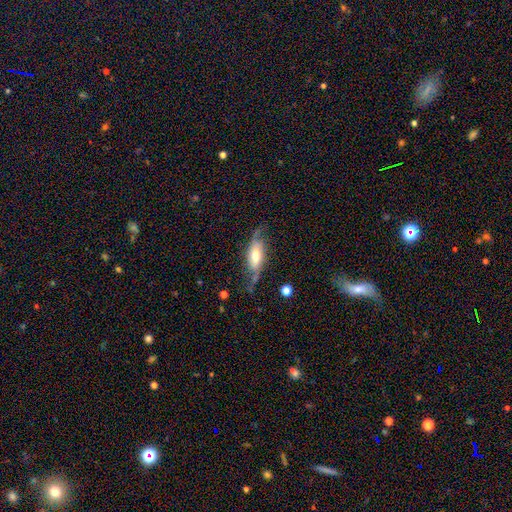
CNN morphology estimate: A featured or disk galaxy (61%).

Vote fractions:
- Smooth or featured? featured or disk: 61% / smooth: 32% / star or artifact: 7%
- Edge-on disk? no: 69% / yes: 31%
- Merging? none: 51% / minor disturbance: 28% / major disturbance: 18% / merger: 3%